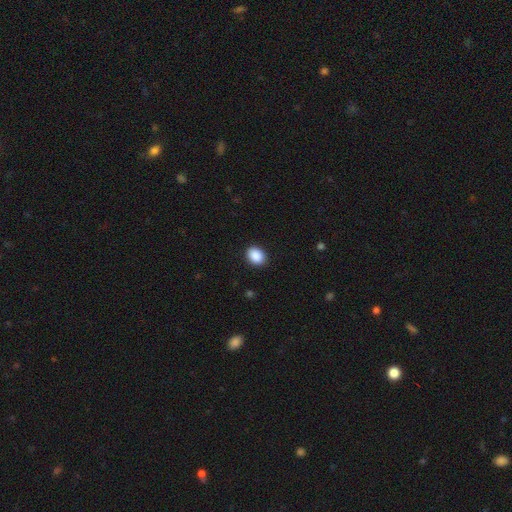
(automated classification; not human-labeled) A smooth galaxy with no disk features (90%) that is in between round and cigar-shaped (67%). Merging: none (90%).